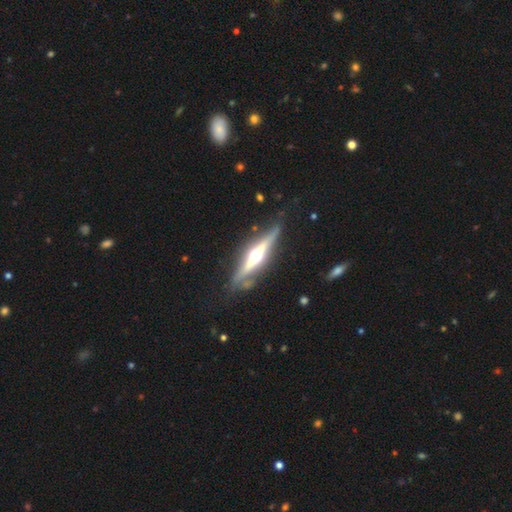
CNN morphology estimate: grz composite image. It shows a featured or disk galaxy (80%) viewed edge-on (96%) with a rounded central bulge (94%). Merging: none (81%).